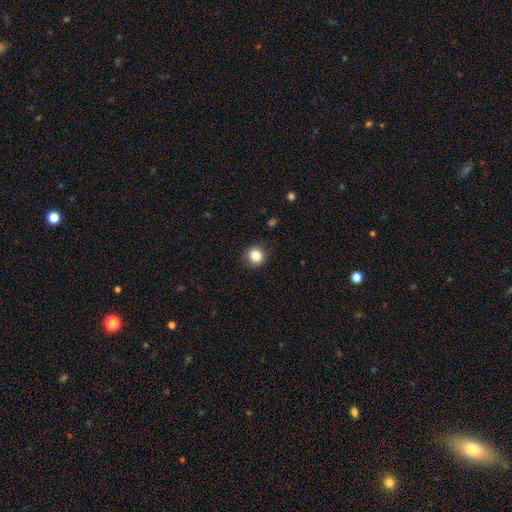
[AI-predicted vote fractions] smooth_or_featured: smooth (p=0.84) [alt: star or artifact p=0.10]
how_rounded: round (p=0.92) [alt: in between p=0.07]
merging: none (p=0.89) [alt: minor disturbance p=0.07]